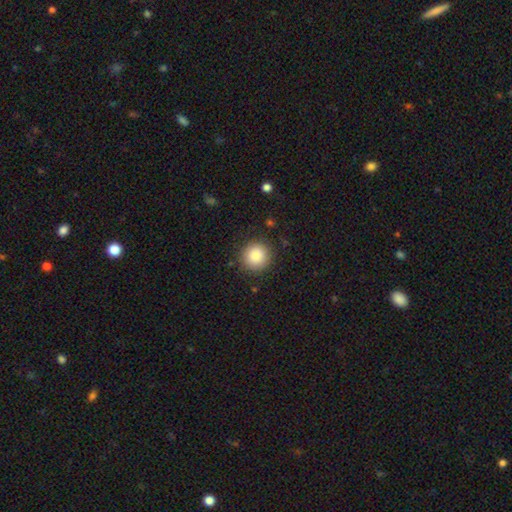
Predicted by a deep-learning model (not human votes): Overall: smooth (86%). How rounded: round (94%). Merging: none (89%).